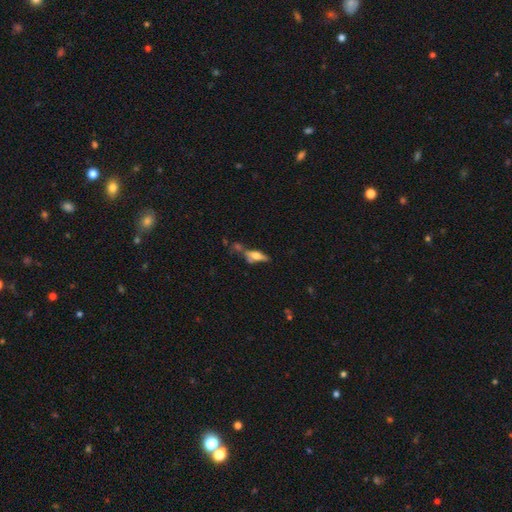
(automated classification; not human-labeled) Smooth or featured? smooth (48%)
Merging? none (48%)